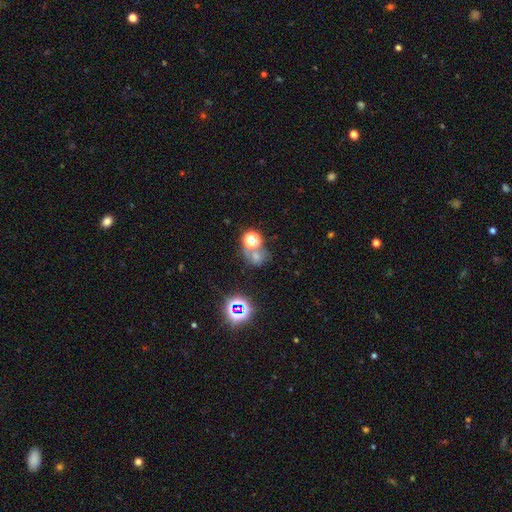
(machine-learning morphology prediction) A smooth galaxy with no disk features (51%) that is round (69%).

Vote fractions:
- Smooth or featured? smooth: 51% / star or artifact: 36% / featured or disk: 13%
- How rounded? round: 69% / in between: 30% / cigar-shaped: 1%
- Merging? none: 43% / merger: 36% / minor disturbance: 11% / major disturbance: 10%